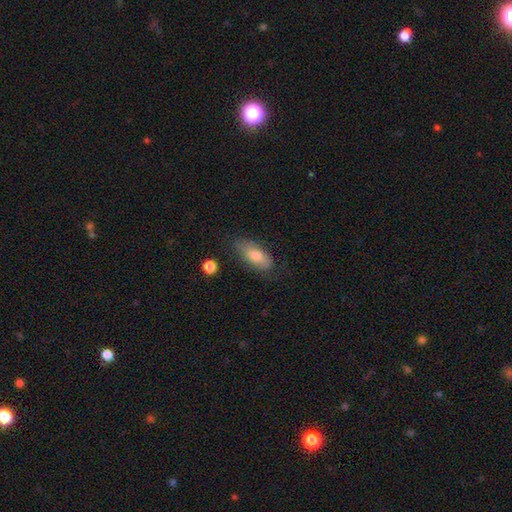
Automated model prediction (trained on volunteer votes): This is likely a smooth galaxy (74%). How rounded: clearly in between (85%). Merging: likely none (72%).